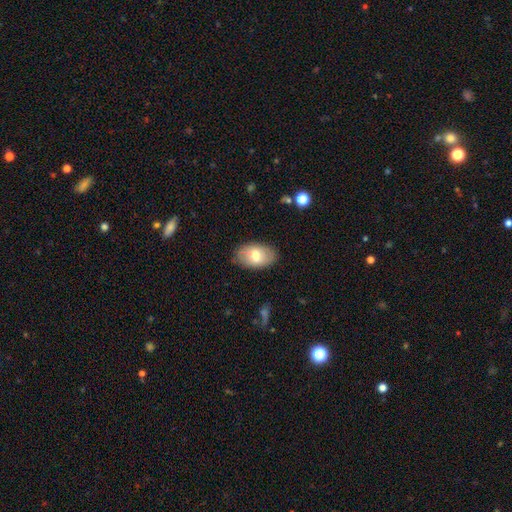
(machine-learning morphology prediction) smooth-or-featured: smooth: 73% | featured or disk: 20% | star or artifact: 7%
  how-rounded: in between: 93% | round: 6% | cigar-shaped: 1%
  merging: none: 82% | minor disturbance: 14% | major disturbance: 3% | merger: 1%